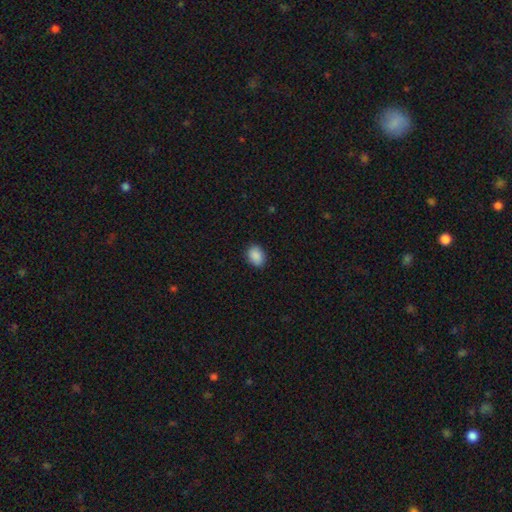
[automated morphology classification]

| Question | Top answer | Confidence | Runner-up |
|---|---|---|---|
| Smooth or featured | smooth | 90% | star or artifact (8%) |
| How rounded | in between | 68% | round (31%) |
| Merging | none | 87% | minor disturbance (10%) |